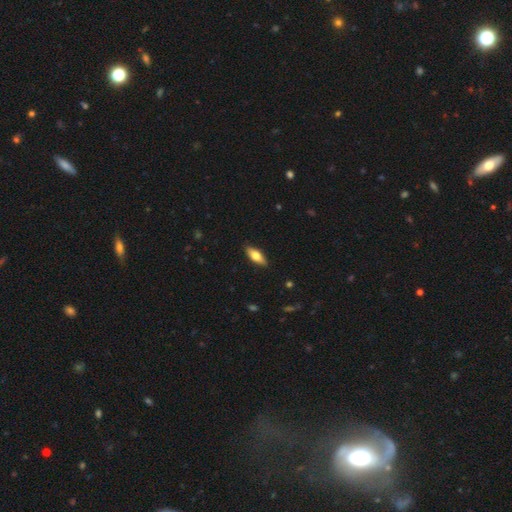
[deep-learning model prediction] smooth-or-featured: smooth: 66% | featured or disk: 28% | star or artifact: 6%
  how-rounded: in between: 69% | cigar-shaped: 28% | round: 3%
  merging: none: 89% | minor disturbance: 9% | major disturbance: 2% | merger: 1%